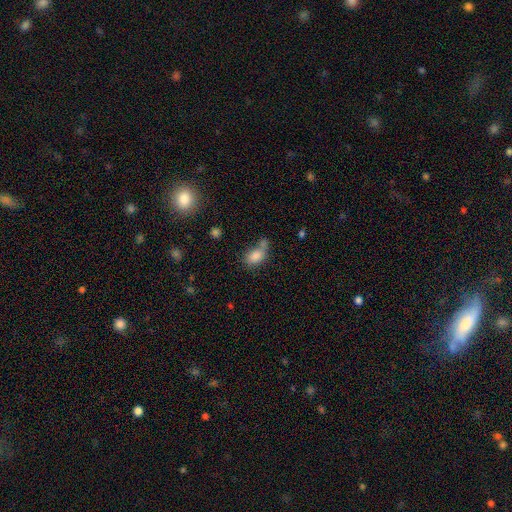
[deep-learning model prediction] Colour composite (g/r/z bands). It shows a smooth galaxy with no disk features (82%) that is in between round and cigar-shaped (78%). Merging: none (42%).